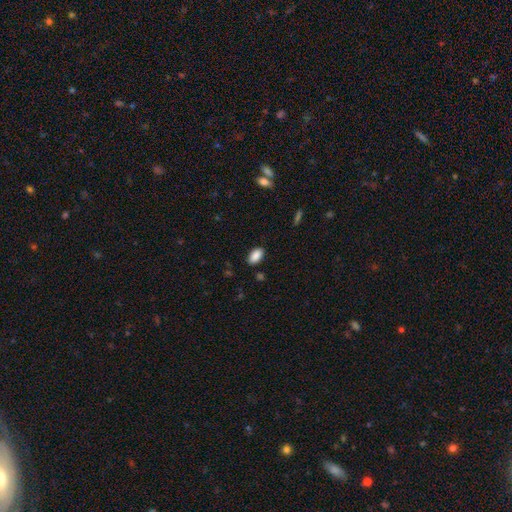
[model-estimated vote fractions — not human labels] Q: Smooth or featured?
A: smooth (89%); runner-up: star or artifact (7%)
Q: How rounded?
A: in between (93%); runner-up: round (4%)
Q: Merging?
A: none (87%); runner-up: minor disturbance (10%)